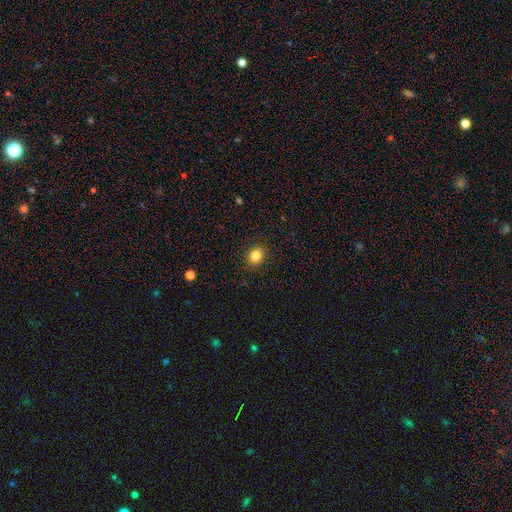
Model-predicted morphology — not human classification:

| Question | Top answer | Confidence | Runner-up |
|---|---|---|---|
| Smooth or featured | smooth | 84% | star or artifact (11%) |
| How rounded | round | 61% | in between (38%) |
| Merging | none | 91% | minor disturbance (6%) |